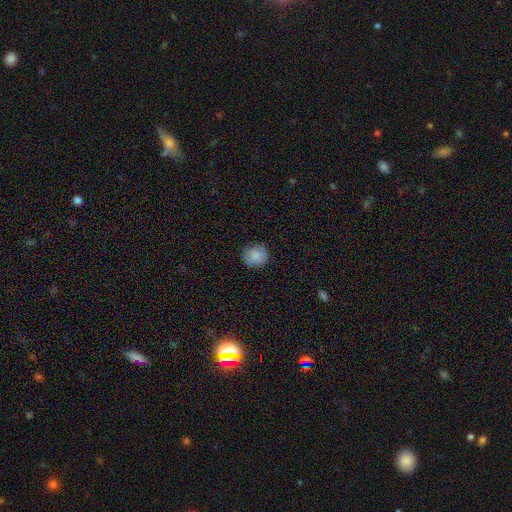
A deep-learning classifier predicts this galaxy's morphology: This is clearly a smooth galaxy (88%). How rounded: clearly round (81%). Merging: clearly none (87%).